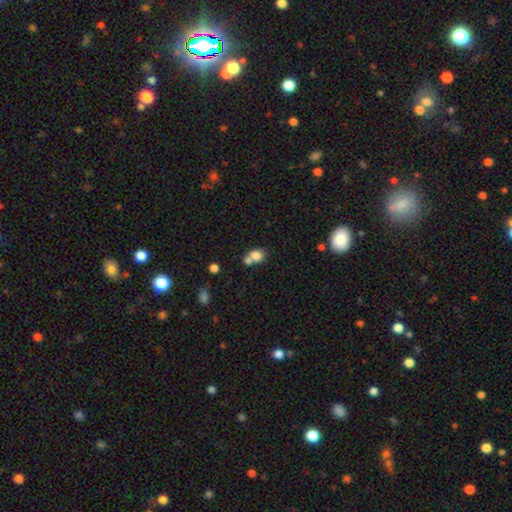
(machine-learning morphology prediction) Smooth or featured?
  - smooth: 79% *
  - star or artifact: 11%
  - featured or disk: 10%
How rounded?
  - round: 54% *
  - in between: 44%
  - cigar-shaped: 1%
Merging?
  - merger: 49% *
  - none: 38%
  - minor disturbance: 9%
  - major disturbance: 4%